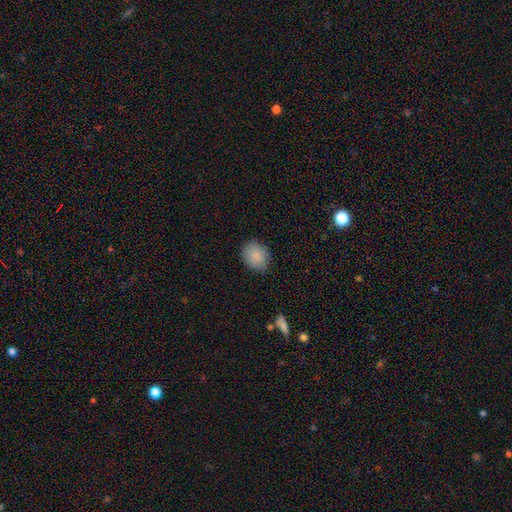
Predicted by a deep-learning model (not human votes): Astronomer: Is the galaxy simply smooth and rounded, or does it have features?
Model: smooth — 87%.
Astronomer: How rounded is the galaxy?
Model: round — 53% (runner-up: in between, 46%).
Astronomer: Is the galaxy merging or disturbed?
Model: none — 80%.